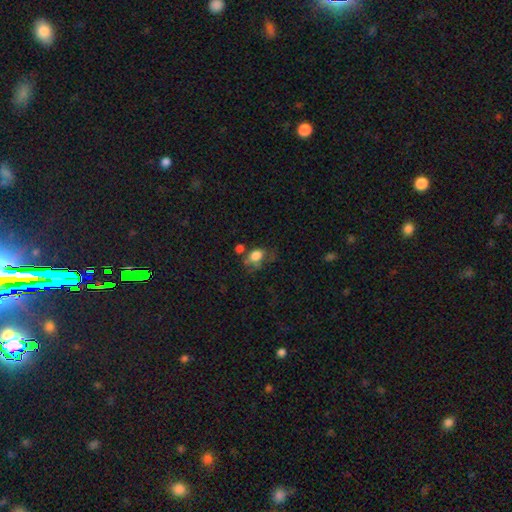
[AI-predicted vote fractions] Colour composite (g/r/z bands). It shows a smooth galaxy with no disk features (71%) that is in between round and cigar-shaped (73%). Merging: none (31%).